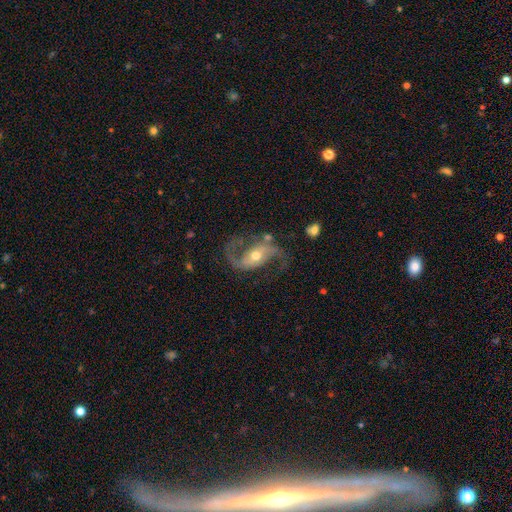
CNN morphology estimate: Overall: featured or disk (89%). Edge-on disk: no (97%). Bar: no (38%; weak 34%). Spiral arms: yes (96%). Spiral arm count: 2 (92%). Spiral winding: loose (55%; medium 38%). Bulge size: moderate (63%; small 31%). Merging: none (70%).